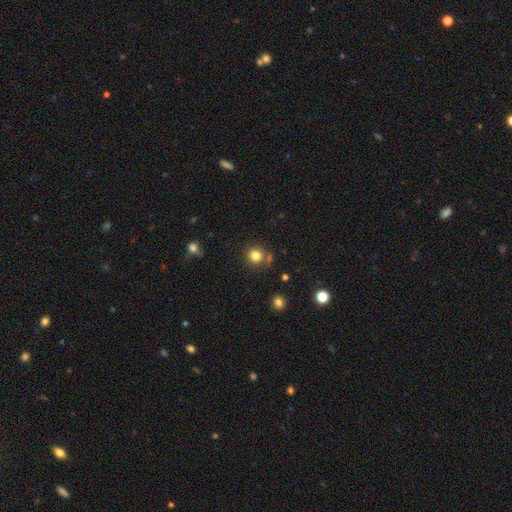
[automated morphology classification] smooth 82%, star or artifact 12%, featured or disk 6%. Down the decision tree: how rounded — round (89%); merging — none (75%).